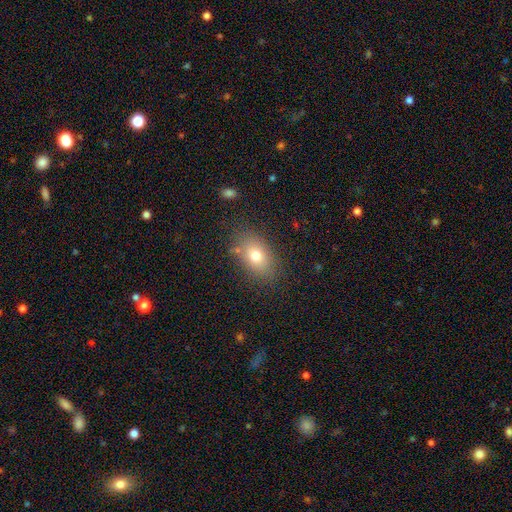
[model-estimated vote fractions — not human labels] Smooth or featured? Predicted: smooth (p=0.73). How rounded? Predicted: in between (p=0.83). Merging? Predicted: none (p=0.81).